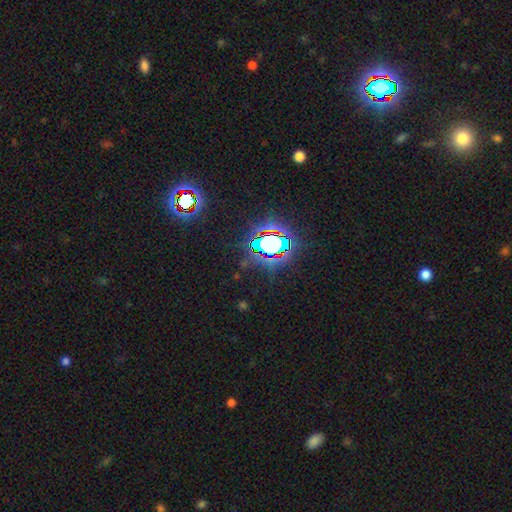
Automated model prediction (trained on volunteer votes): smooth-or-featured: star or artifact: 82% | smooth: 10% | featured or disk: 8%